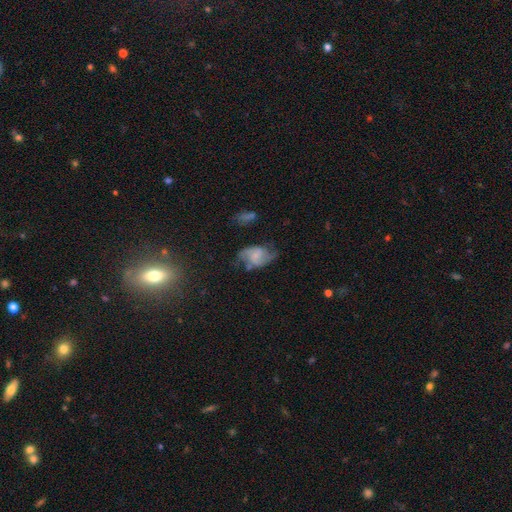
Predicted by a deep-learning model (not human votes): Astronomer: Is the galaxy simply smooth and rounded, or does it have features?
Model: featured or disk — 64%.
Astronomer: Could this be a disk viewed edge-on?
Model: no — 97%.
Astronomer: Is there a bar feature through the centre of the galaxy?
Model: no — 50% (runner-up: weak, 40%).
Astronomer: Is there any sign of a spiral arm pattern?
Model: yes — 87%.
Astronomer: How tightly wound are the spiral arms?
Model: loose — 44% (runner-up: medium, 41%).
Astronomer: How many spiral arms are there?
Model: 2 — 84%.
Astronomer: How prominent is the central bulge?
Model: none — 40% (runner-up: small, 36%).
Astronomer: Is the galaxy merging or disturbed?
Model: none — 49% (runner-up: minor disturbance, 26%).